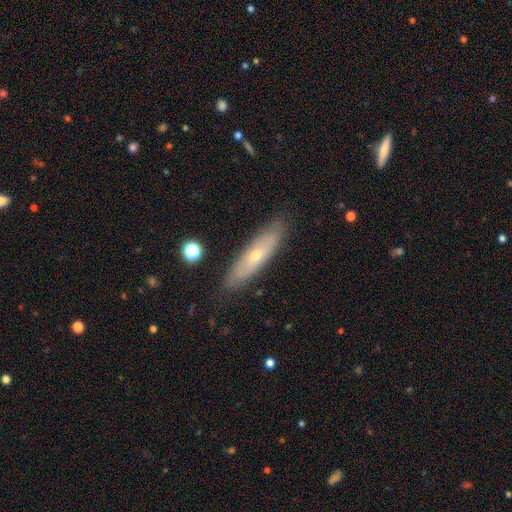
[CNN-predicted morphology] Smooth or featured? Predicted: featured or disk (p=0.49). Merging? Predicted: none (p=0.84).